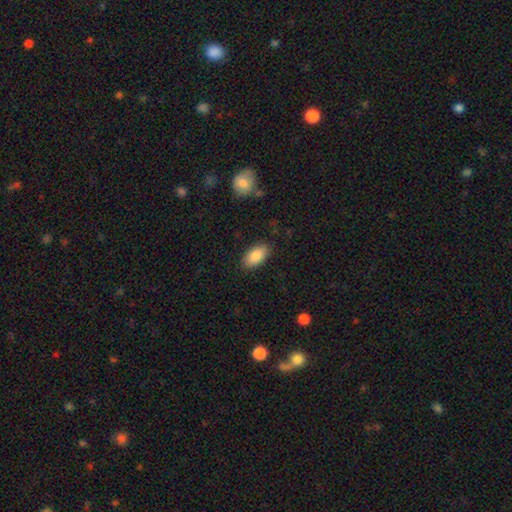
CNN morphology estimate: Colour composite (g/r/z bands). It shows a smooth galaxy with no disk features (88%) that is in between round and cigar-shaped (93%). Merging: none (86%).